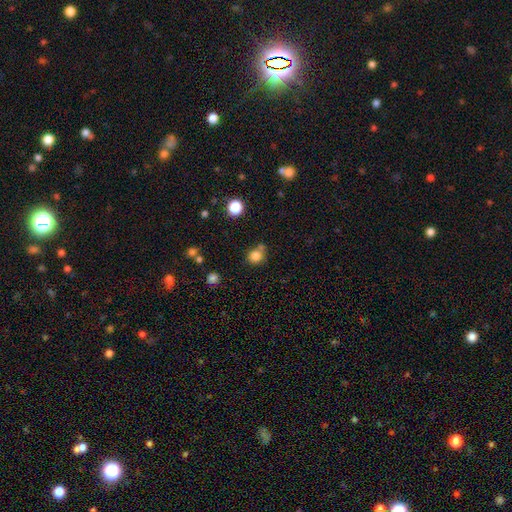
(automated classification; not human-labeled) Morphology: type=smooth (82%); roundness=round (83%); merging=none (60%).